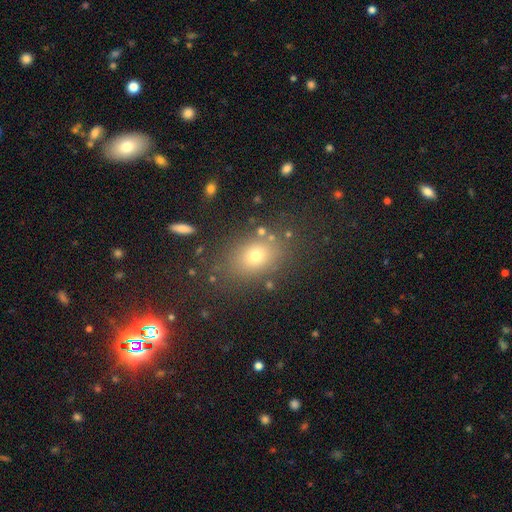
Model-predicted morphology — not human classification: A smooth galaxy with no disk features (68%) that is in between round and cigar-shaped (61%). Merging: none (80%).